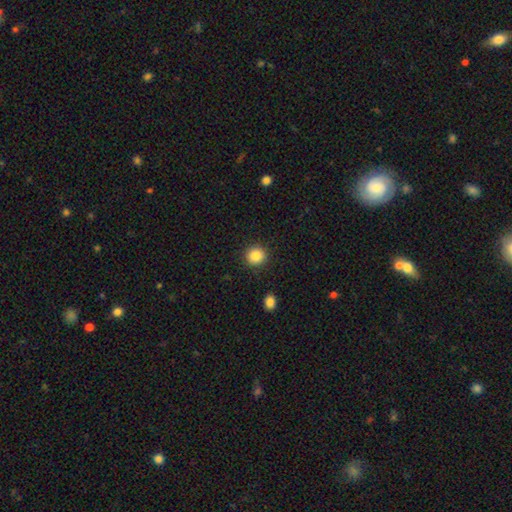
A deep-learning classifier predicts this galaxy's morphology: Smooth or featured?
  - smooth: 86% *
  - star or artifact: 10%
  - featured or disk: 4%
How rounded?
  - round: 91% *
  - in between: 8%
  - cigar-shaped: 1%
Merging?
  - none: 91% *
  - minor disturbance: 5%
  - major disturbance: 2%
  - merger: 1%